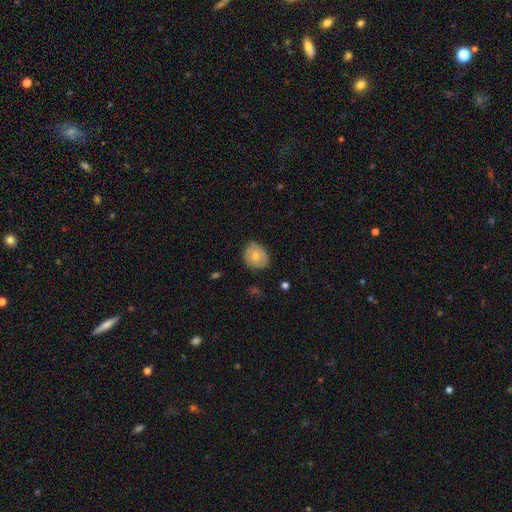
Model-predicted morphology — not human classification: This is likely a smooth galaxy (64%). How rounded: likely round (63%). Merging: likely none (74%).